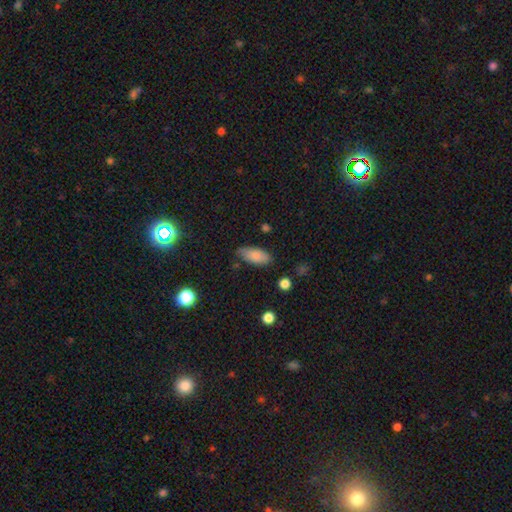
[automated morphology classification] A smooth galaxy with no disk features (83%) that is in between round and cigar-shaped (89%). Merging: none (75%).